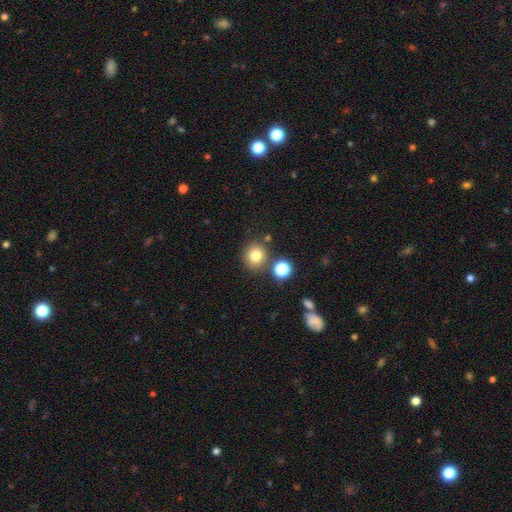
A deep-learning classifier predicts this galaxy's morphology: Smooth or featured?
  - smooth: 78% *
  - star or artifact: 14%
  - featured or disk: 8%
How rounded?
  - round: 85% *
  - in between: 14%
  - cigar-shaped: 1%
Merging?
  - none: 78% *
  - merger: 10%
  - minor disturbance: 9%
  - major disturbance: 3%